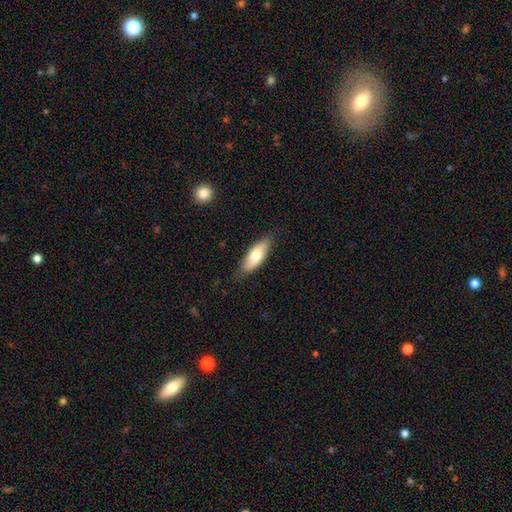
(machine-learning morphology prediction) A smooth galaxy with no disk features (69%) that is in between round and cigar-shaped (73%).

Vote fractions:
- Smooth or featured? smooth: 69% / featured or disk: 26% / star or artifact: 5%
- How rounded? in between: 73% / cigar-shaped: 25% / round: 2%
- Merging? none: 81% / minor disturbance: 16% / major disturbance: 2% / merger: 1%